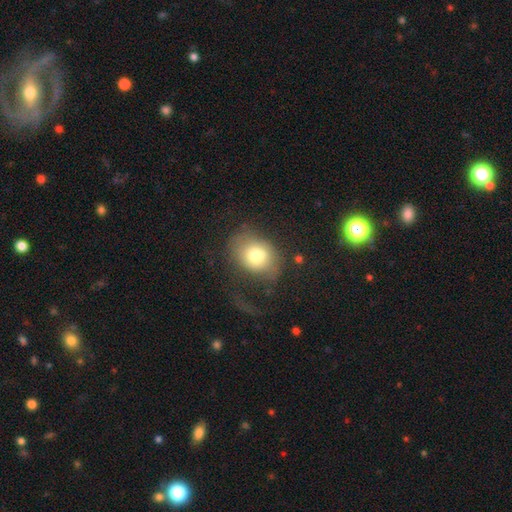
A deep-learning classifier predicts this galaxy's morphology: smooth 70%, featured or disk 20%, star or artifact 10%. Down the decision tree: how rounded — in between (56%); merging — none (39%).